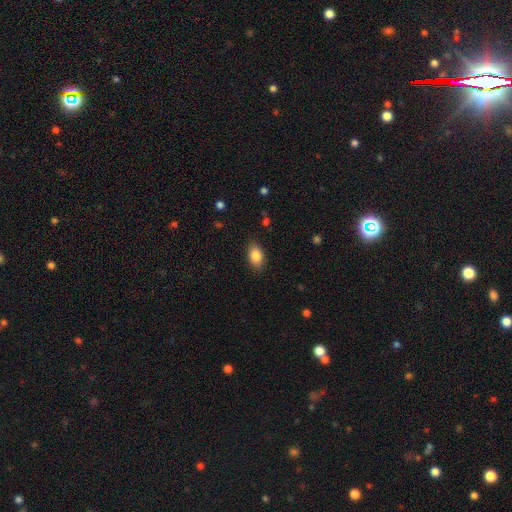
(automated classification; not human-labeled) Smooth or featured? smooth (86%)
How rounded? in between (89%)
Merging? none (86%)